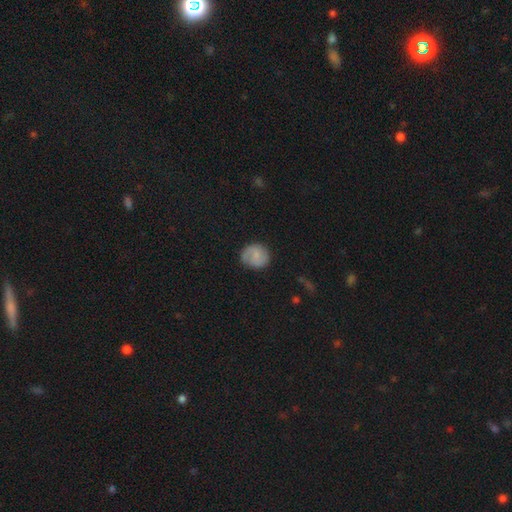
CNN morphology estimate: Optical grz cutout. It shows a smooth galaxy with no disk features (60%) that is round (83%). Merging: none (77%).